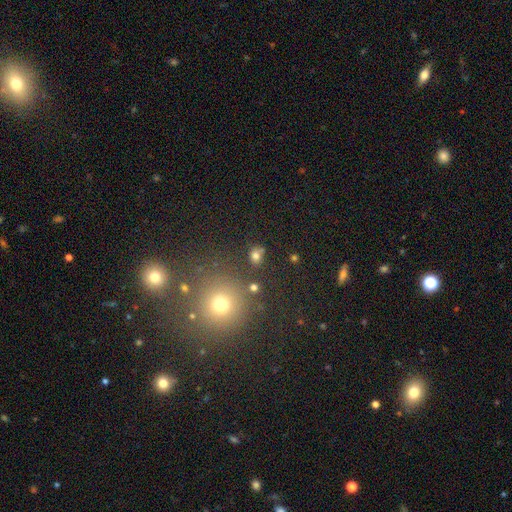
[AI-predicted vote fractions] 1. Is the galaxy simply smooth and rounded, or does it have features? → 74% smooth, 18% star or artifact, 8% featured or disk.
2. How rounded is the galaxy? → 56% round, 43% in between, 1% cigar-shaped.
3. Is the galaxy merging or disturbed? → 68% none, 14% minor disturbance, 12% merger, 6% major disturbance.